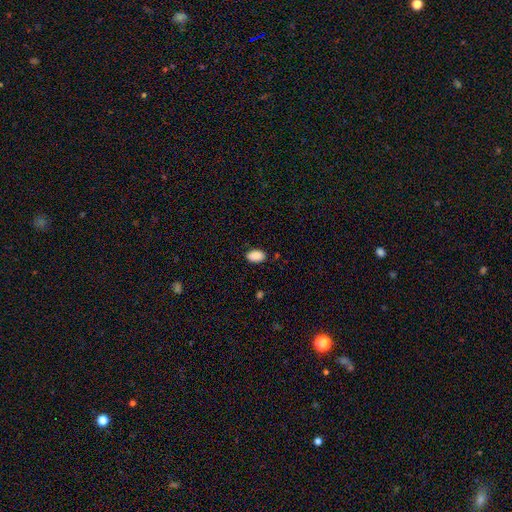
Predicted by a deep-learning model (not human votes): Smooth or featured: smooth — 90% (star or artifact — 7%)
How rounded: in between — 93% (round — 6%)
Merging: none — 86% (minor disturbance — 11%)